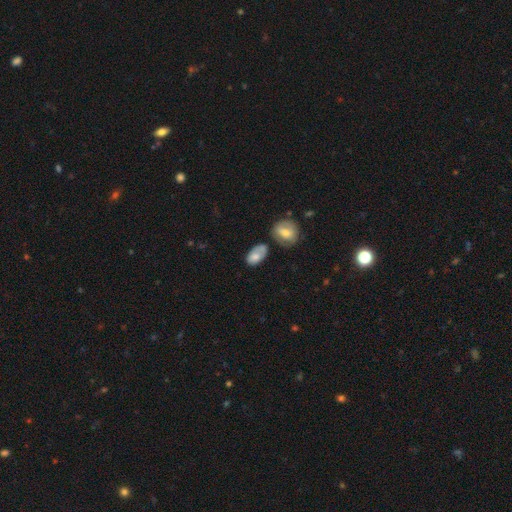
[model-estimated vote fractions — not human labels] The model was most divided on "merging": none: 44%, minor disturbance: 27%, merger: 19%, major disturbance: 10%. More confident: how rounded — in between (89%); smooth or featured — smooth (75%).